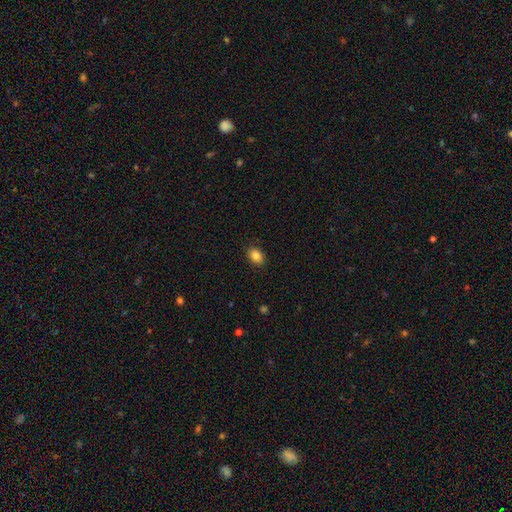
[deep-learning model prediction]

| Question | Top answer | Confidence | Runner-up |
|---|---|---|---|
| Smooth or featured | smooth | 86% | star or artifact (9%) |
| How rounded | in between | 78% | round (21%) |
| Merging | none | 89% | minor disturbance (8%) |